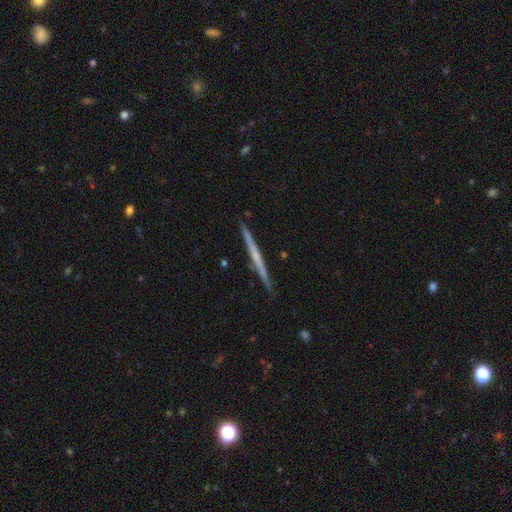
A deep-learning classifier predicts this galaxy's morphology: This is likely a featured or disk galaxy (65%). It is clearly viewed edge-on (98%). Edge-on bulge: likely none (69%). Merging: clearly none (90%).